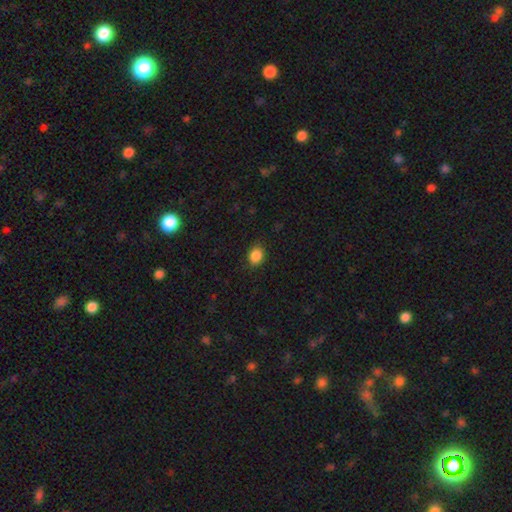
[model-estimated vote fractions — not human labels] A smooth galaxy with no disk features (87%) that is round (51%).

Vote fractions:
- Smooth or featured? smooth: 87% / star or artifact: 9% / featured or disk: 3%
- How rounded? round: 51% / in between: 48% / cigar-shaped: 1%
- Merging? none: 85% / minor disturbance: 12% / major disturbance: 3% / merger: 1%